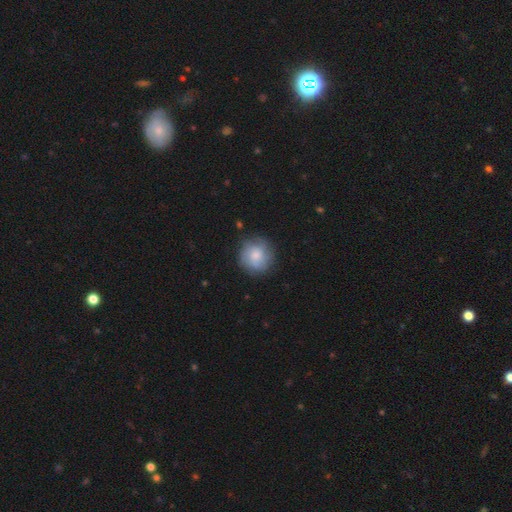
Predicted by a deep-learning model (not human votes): Smooth or featured: smooth — 69% (featured or disk — 24%)
How rounded: round — 91% (in between — 8%)
Merging: none — 78% (minor disturbance — 16%)